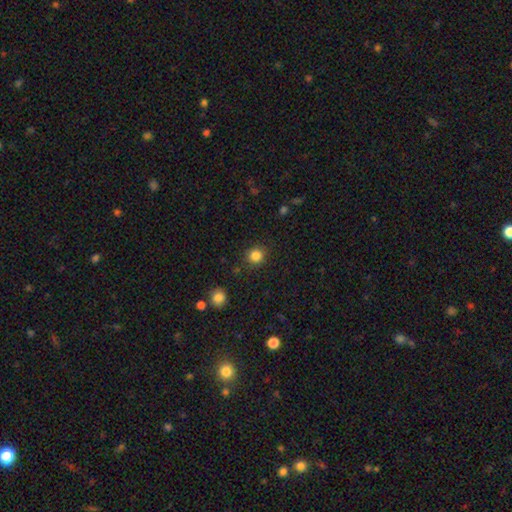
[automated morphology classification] A smooth galaxy with no disk features (84%) that is round (89%).

Vote fractions:
- Smooth or featured? smooth: 84% / star or artifact: 12% / featured or disk: 4%
- How rounded? round: 89% / in between: 10% / cigar-shaped: 1%
- Merging? none: 88% / minor disturbance: 8% / major disturbance: 3% / merger: 2%